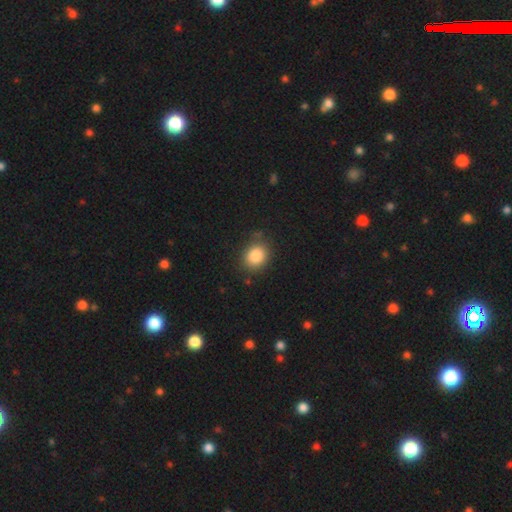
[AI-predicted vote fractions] Smooth or featured: smooth — 85% (star or artifact — 9%)
How rounded: round — 60% (in between — 39%)
Merging: none — 79% (minor disturbance — 15%)